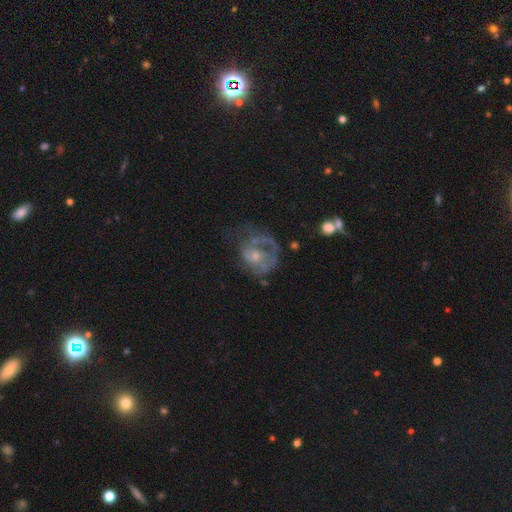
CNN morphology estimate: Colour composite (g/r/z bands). It shows a featured or disk galaxy (69%) with no bar (78%), spiral arms (60%) and a small central bulge (52%). Merging: major disturbance (40%).